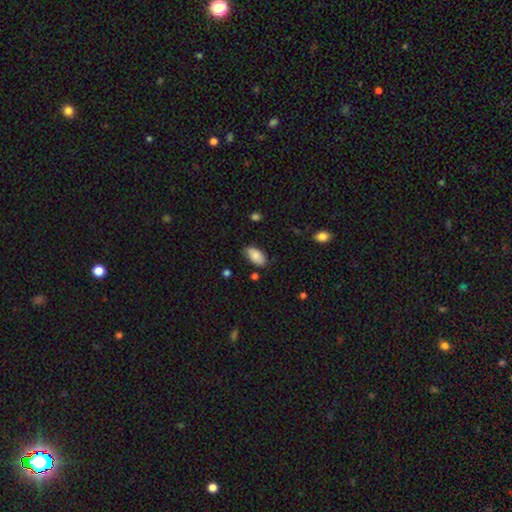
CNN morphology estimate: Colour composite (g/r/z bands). It shows a smooth galaxy with no disk features (84%) that is in between round and cigar-shaped (95%). Merging: none (78%).